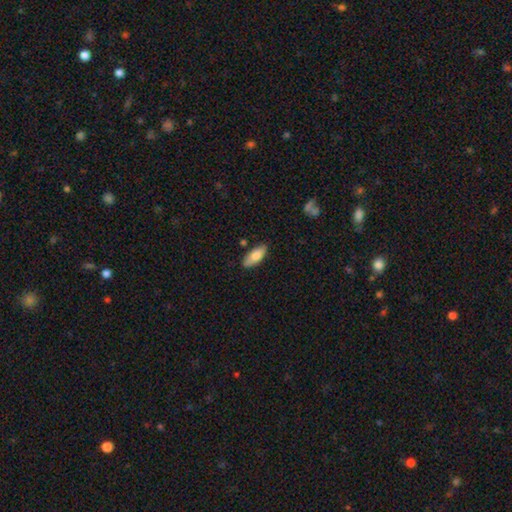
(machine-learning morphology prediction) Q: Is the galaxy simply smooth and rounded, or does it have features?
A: smooth — 77%.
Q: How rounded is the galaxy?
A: in between — 81%.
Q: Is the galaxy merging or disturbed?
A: none — 83%.